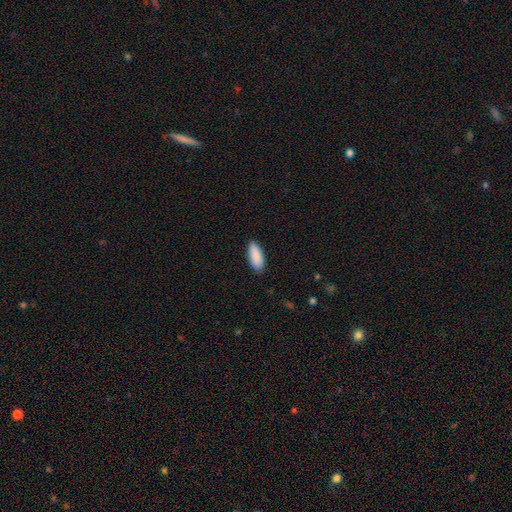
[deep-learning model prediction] smooth_or_featured: smooth (p=0.90) [alt: star or artifact p=0.06]
how_rounded: in between (p=0.80) [alt: cigar-shaped p=0.19]
merging: none (p=0.87) [alt: minor disturbance p=0.10]